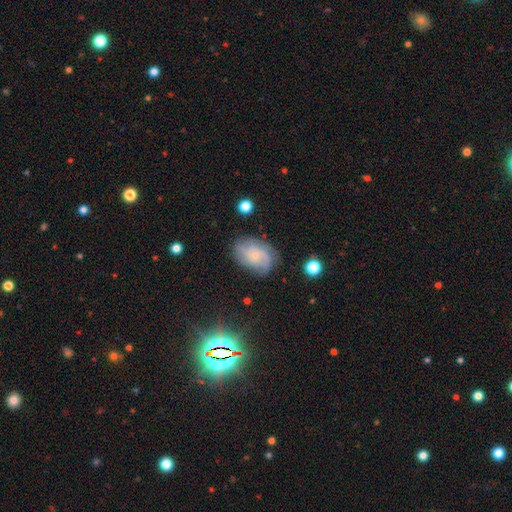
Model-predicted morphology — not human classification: smooth_or_featured: featured or disk (p=0.65) [alt: smooth p=0.26]
disk_edge_on: no (p=0.97) [alt: yes p=0.03]
bar: no (p=0.75) [alt: weak p=0.22]
has_spiral_arms: yes (p=0.90) [alt: no p=0.10]
spiral_winding: tight (p=0.42) [alt: medium p=0.41]
spiral_arm_count: can't tell (p=0.35) [alt: 2 p=0.28]
bulge_size: small (p=0.78) [alt: moderate p=0.13]
merging: none (p=0.70) [alt: minor disturbance p=0.20]